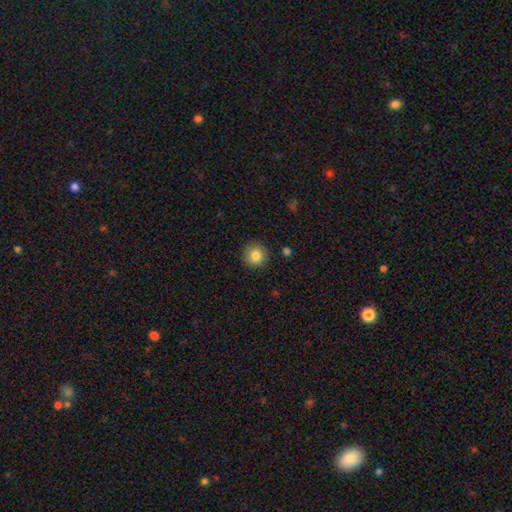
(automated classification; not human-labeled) smooth-or-featured: smooth: 84% | star or artifact: 9% | featured or disk: 7%
  how-rounded: round: 93% | in between: 6% | cigar-shaped: 1%
  merging: none: 90% | minor disturbance: 7% | major disturbance: 2% | merger: 1%